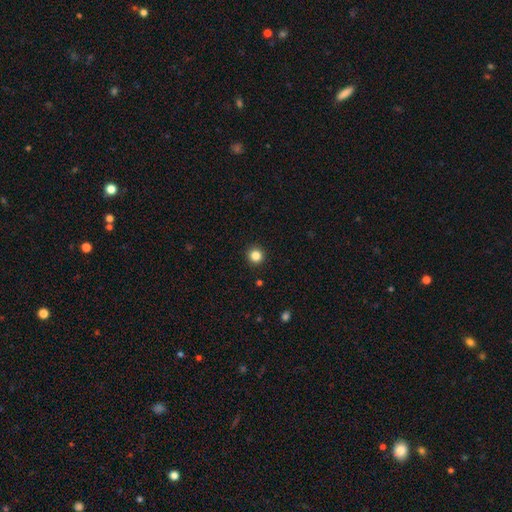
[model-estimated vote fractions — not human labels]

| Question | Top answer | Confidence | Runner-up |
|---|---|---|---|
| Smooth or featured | smooth | 84% | star or artifact (12%) |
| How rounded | round | 94% | in between (5%) |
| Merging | none | 93% | minor disturbance (4%) |